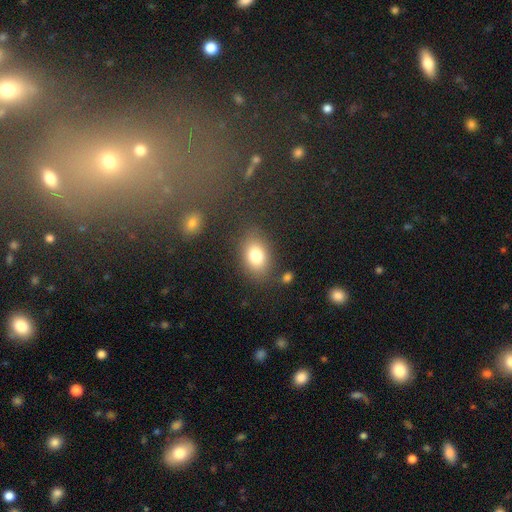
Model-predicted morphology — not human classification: Smooth or featured? Predicted: smooth (p=0.79). How rounded? Predicted: in between (p=0.73). Merging? Predicted: none (p=0.78).